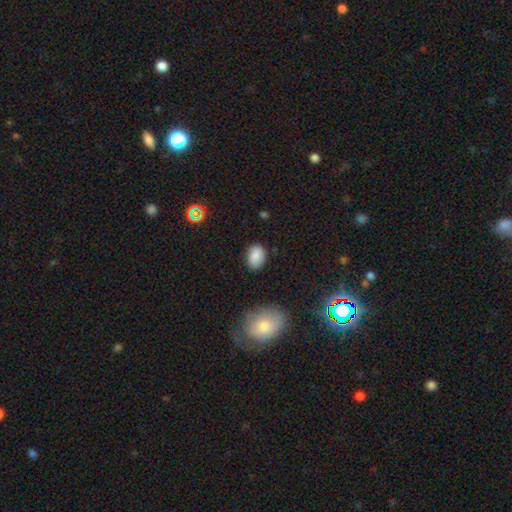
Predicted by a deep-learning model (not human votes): A smooth galaxy with no disk features (85%) that is in between round and cigar-shaped (80%).

Vote fractions:
- Smooth or featured? smooth: 85% / star or artifact: 8% / featured or disk: 6%
- How rounded? in between: 80% / round: 19% / cigar-shaped: 1%
- Merging? none: 77% / minor disturbance: 18% / major disturbance: 3% / merger: 2%